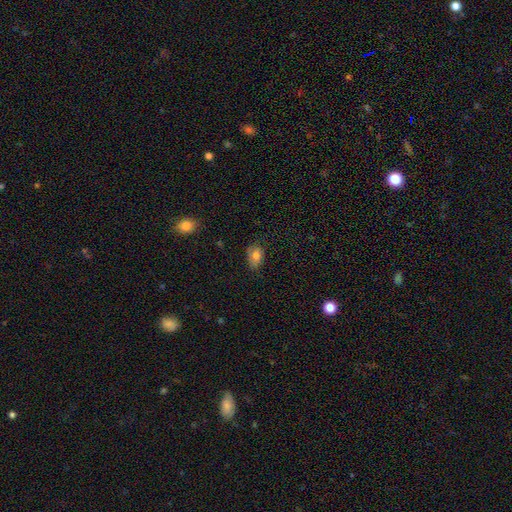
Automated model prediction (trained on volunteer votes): Overall: smooth (80%). How rounded: in between (81%). Merging: none (64%; minor disturbance 28%).